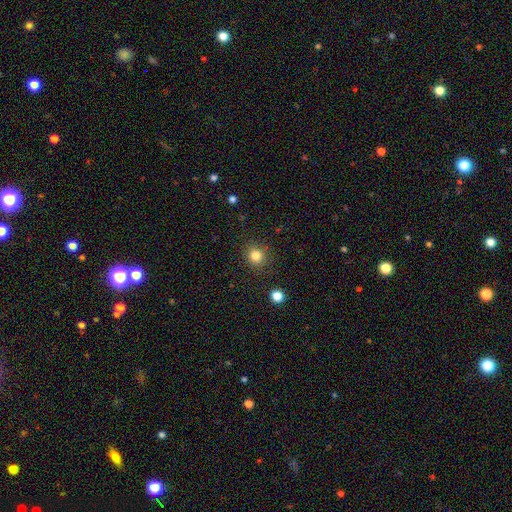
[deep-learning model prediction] smooth 82%, star or artifact 12%, featured or disk 5%. Down the decision tree: how rounded — round (89%); merging — none (88%).